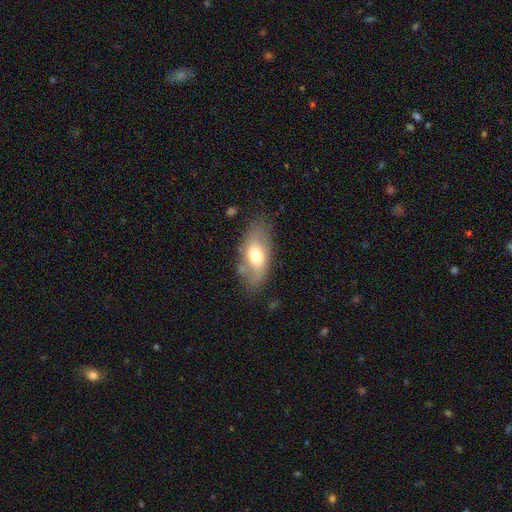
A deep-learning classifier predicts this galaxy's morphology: type=smooth (54%); roundness=in between (88%); merging=none (71%).